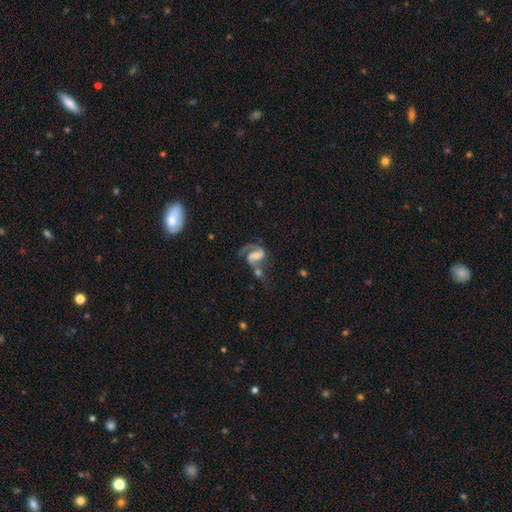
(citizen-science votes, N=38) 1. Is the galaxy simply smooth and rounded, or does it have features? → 74% featured or disk, 18% smooth, 8% star or artifact.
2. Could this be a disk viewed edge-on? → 96% no, 4% yes.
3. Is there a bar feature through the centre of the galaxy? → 52% weak, 33% strong, 15% no.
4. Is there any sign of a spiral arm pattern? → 96% yes, 4% no.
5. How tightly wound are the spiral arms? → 65% medium, 23% loose, 12% tight.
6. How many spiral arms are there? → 62% 2, 31% 1, 8% can't tell, 0% 3, 0% 4, 0% more than 4.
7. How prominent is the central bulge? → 37% moderate, 26% small, 22% none, 15% large, 0% dominant.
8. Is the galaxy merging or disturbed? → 43% major disturbance, 23% merger, 17% none, 17% minor disturbance.